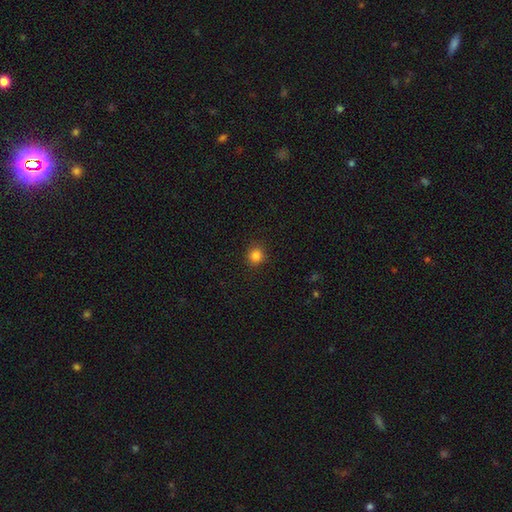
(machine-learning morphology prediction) type=smooth (84%); roundness=round (88%); merging=none (89%).